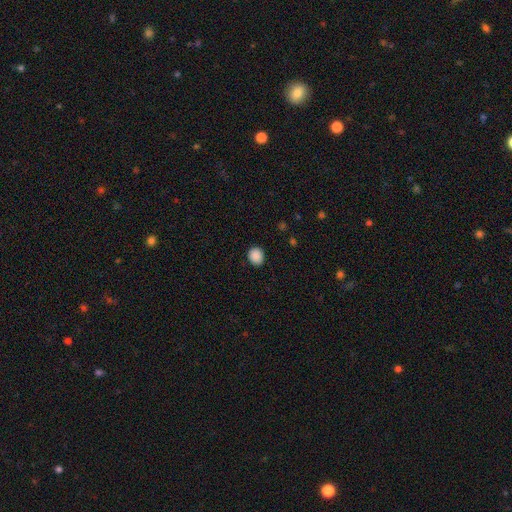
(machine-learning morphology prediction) smooth 89%, star or artifact 9%, featured or disk 2%. Down the decision tree: how rounded — round (72%); merging — none (89%).